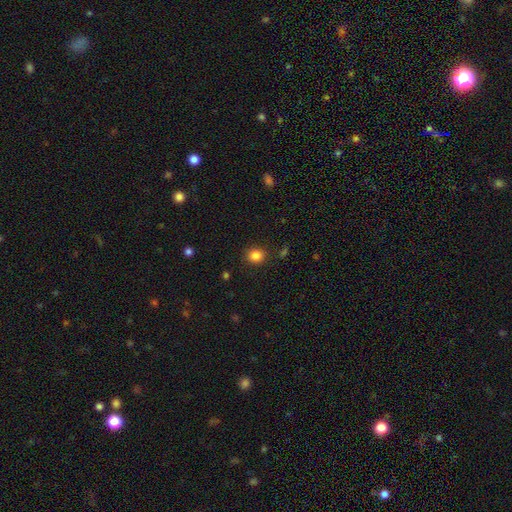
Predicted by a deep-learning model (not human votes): Morphology: type=smooth (85%); roundness=round (74%); merging=none (87%).